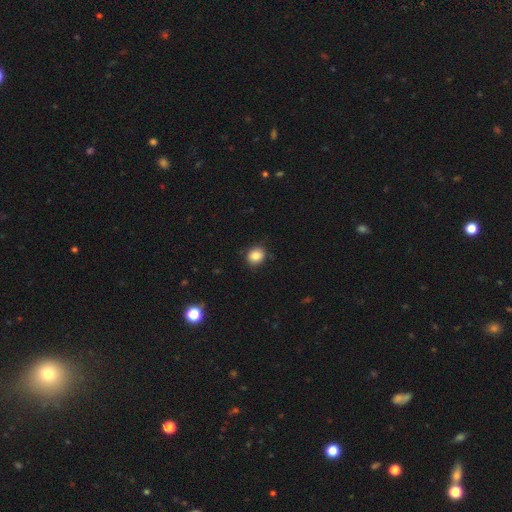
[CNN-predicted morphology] smooth-or-featured: smooth: 85% | star or artifact: 10% | featured or disk: 5%
  how-rounded: round: 73% | in between: 26% | cigar-shaped: 1%
  merging: none: 84% | minor disturbance: 12% | major disturbance: 2% | merger: 1%